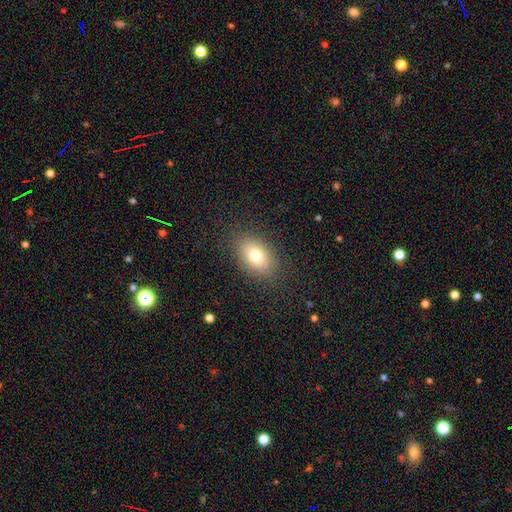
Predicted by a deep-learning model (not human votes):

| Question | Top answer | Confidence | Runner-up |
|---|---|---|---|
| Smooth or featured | smooth | 76% | featured or disk (13%) |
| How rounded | in between | 84% | round (15%) |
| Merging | none | 86% | minor disturbance (10%) |